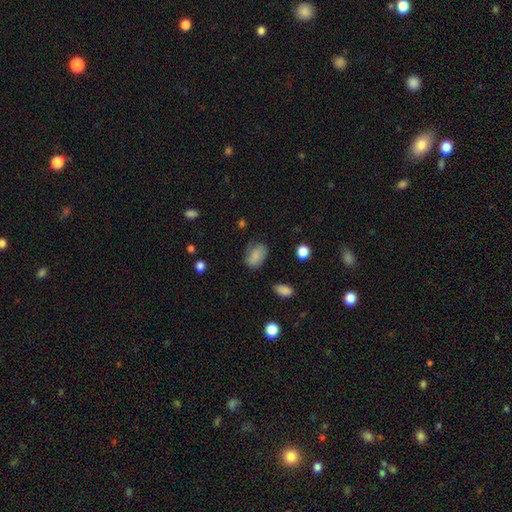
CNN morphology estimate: Smooth or featured?
  - smooth: 80% *
  - featured or disk: 11%
  - star or artifact: 9%
How rounded?
  - in between: 85% *
  - round: 14%
  - cigar-shaped: 1%
Merging?
  - none: 67% *
  - minor disturbance: 23%
  - major disturbance: 7%
  - merger: 2%